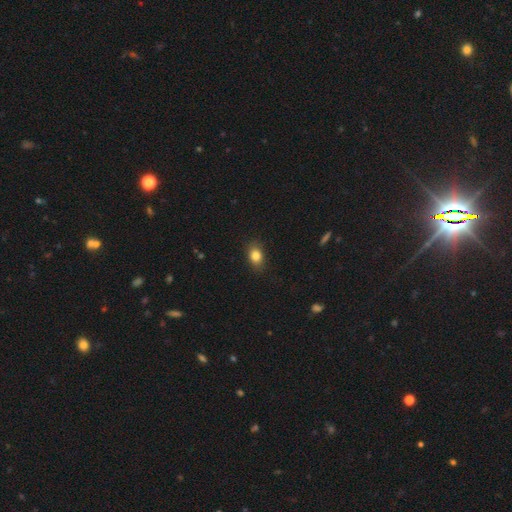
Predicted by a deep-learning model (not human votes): Q: Smooth or featured?
A: smooth (83%); runner-up: star or artifact (10%)
Q: How rounded?
A: in between (70%); runner-up: round (28%)
Q: Merging?
A: none (85%); runner-up: minor disturbance (11%)